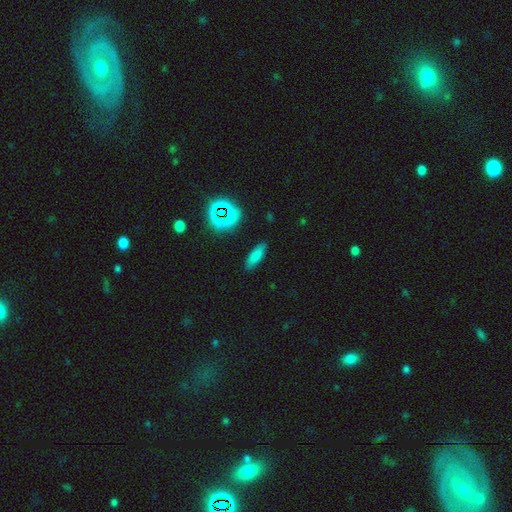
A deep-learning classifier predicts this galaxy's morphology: This appears to be a smooth galaxy with no disk features (76%) that is in between round and cigar-shaped (57%). Merging: none (86%).